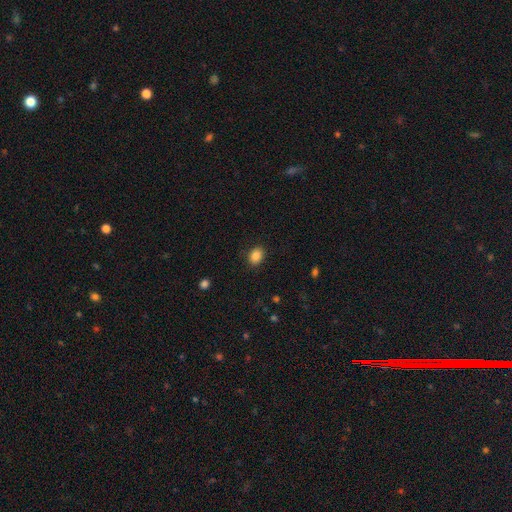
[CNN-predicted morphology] The model was most divided on "how rounded": in between: 62%, round: 37%, cigar-shaped: 1%. More confident: merging — none (87%); smooth or featured — smooth (87%).